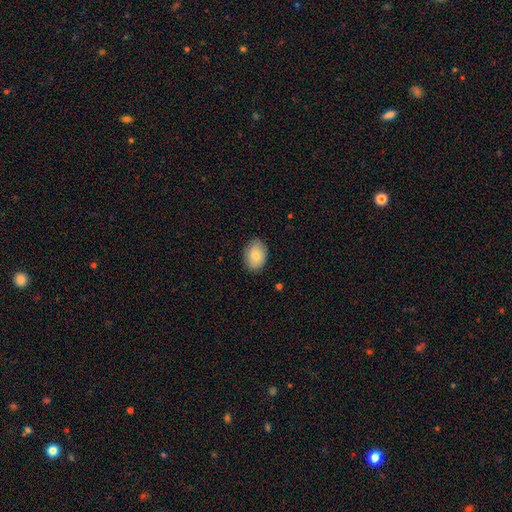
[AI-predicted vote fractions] smooth-or-featured: smooth: 81% | featured or disk: 12% | star or artifact: 7%
  how-rounded: in between: 82% | round: 17% | cigar-shaped: 1%
  merging: none: 85% | minor disturbance: 12% | major disturbance: 2% | merger: 1%